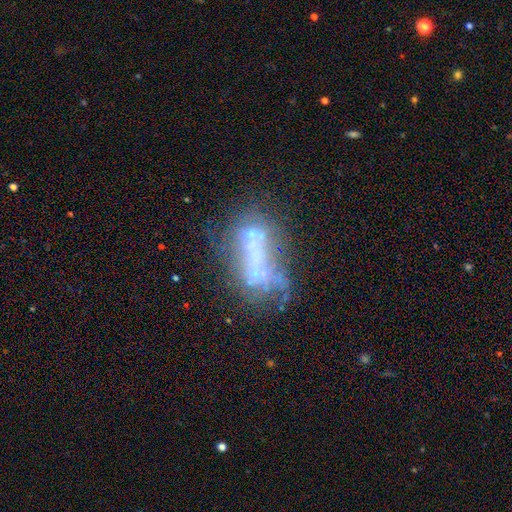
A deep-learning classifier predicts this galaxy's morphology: smooth_or_featured: featured or disk (p=0.61) [alt: smooth p=0.21]
disk_edge_on: no (p=0.93) [alt: yes p=0.07]
bar: no (p=0.86) [alt: weak p=0.08]
has_spiral_arms: no (p=0.93) [alt: yes p=0.07]
bulge_size: none (p=0.69) [alt: small p=0.15]
merging: none (p=0.34) [alt: merger p=0.27]